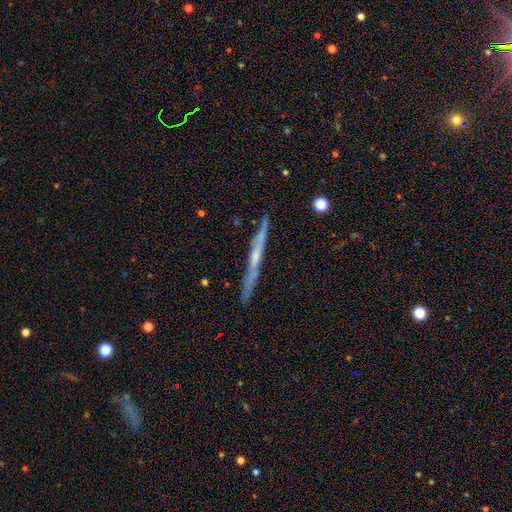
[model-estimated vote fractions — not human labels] Smooth or featured: featured or disk — 64% (smooth — 30%)
Edge-on disk: yes — 96% (no — 4%)
Edge-on bulge: none — 66% (rounded — 27%)
Merging: none — 87% (minor disturbance — 10%)